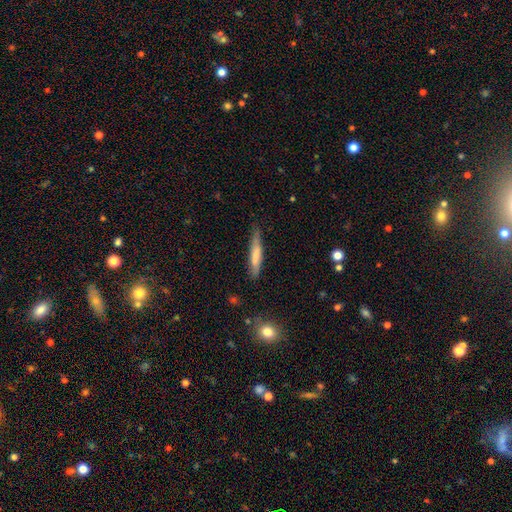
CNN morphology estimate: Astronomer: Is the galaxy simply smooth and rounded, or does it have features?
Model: smooth — 70%.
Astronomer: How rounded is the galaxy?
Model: cigar-shaped — 89%.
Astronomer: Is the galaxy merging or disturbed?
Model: none — 77%.